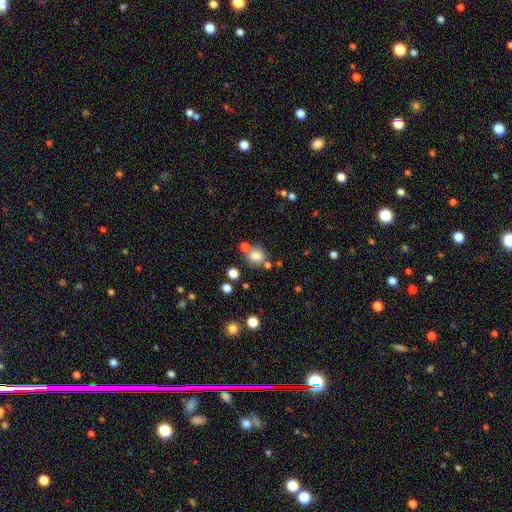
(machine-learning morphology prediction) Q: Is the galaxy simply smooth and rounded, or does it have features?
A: smooth — 78%.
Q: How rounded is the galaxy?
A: round — 66%.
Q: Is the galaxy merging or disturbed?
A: none — 63%.